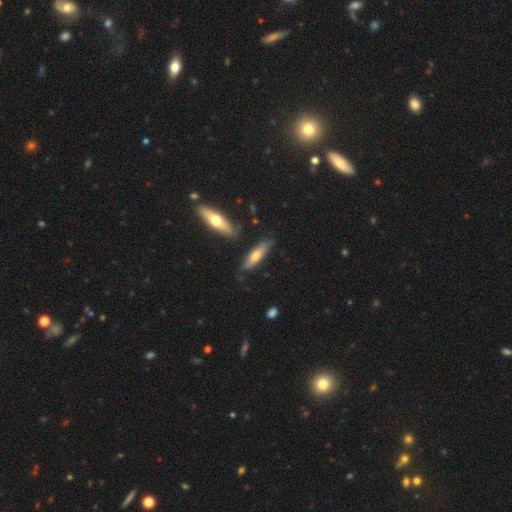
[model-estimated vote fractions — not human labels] Smooth or featured? smooth (56%)
How rounded? cigar-shaped (65%)
Merging? none (74%)